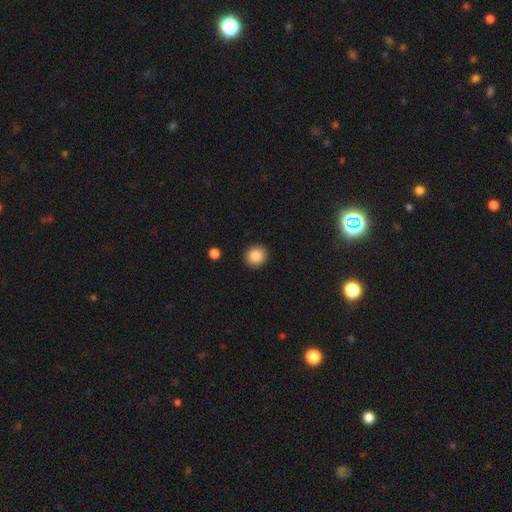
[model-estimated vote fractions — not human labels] This is clearly a smooth galaxy (86%). How rounded: clearly round (85%). Merging: clearly none (91%).